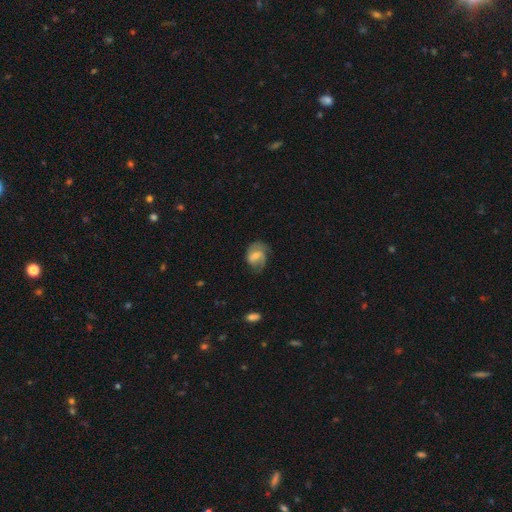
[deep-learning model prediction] Smooth or featured? Predicted: featured or disk (p=0.56). Edge-on disk? Predicted: no (p=0.97). Bar? Predicted: weak (p=0.48). Spiral arms? Predicted: yes (p=0.84). Bulge size? Predicted: moderate (p=0.45). Merging? Predicted: none (p=0.58).